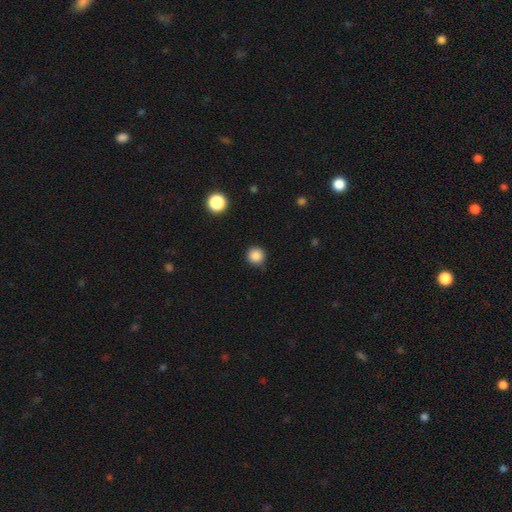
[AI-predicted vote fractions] Q: Smooth or featured?
A: smooth (86%); runner-up: star or artifact (11%)
Q: How rounded?
A: round (95%); runner-up: in between (4%)
Q: Merging?
A: none (87%); runner-up: minor disturbance (10%)